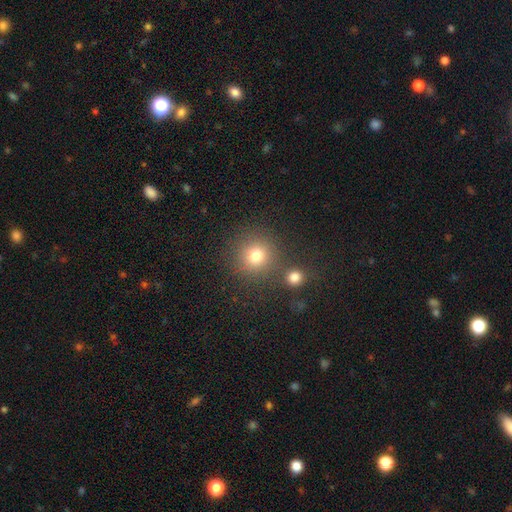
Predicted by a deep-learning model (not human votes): smooth 77%, star or artifact 16%, featured or disk 8%. Down the decision tree: how rounded — round (92%); merging — none (77%).